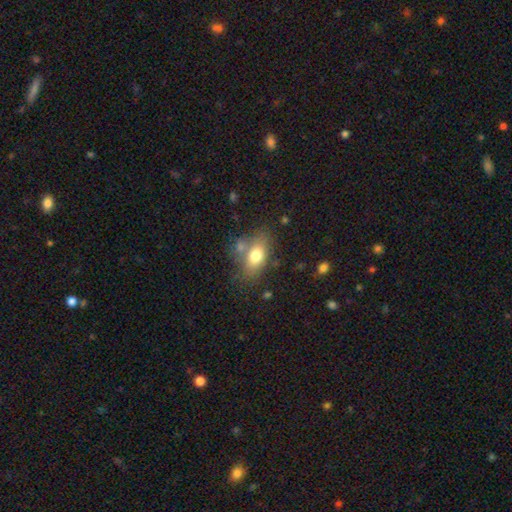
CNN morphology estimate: Overall: smooth (73%). How rounded: in between (84%). Merging: none (60%).